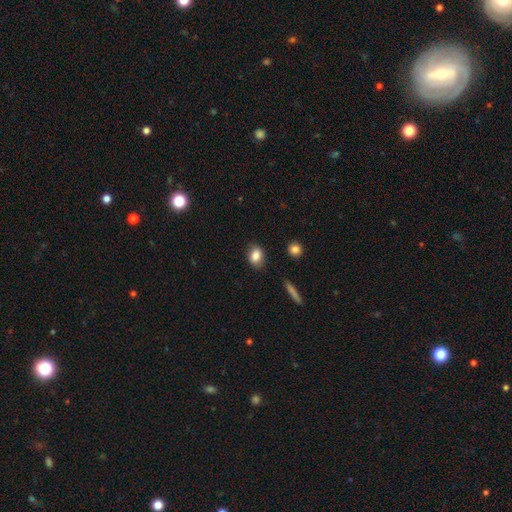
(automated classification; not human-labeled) smooth 84%, star or artifact 9%, featured or disk 7%. Down the decision tree: how rounded — in between (68%); merging — none (84%).